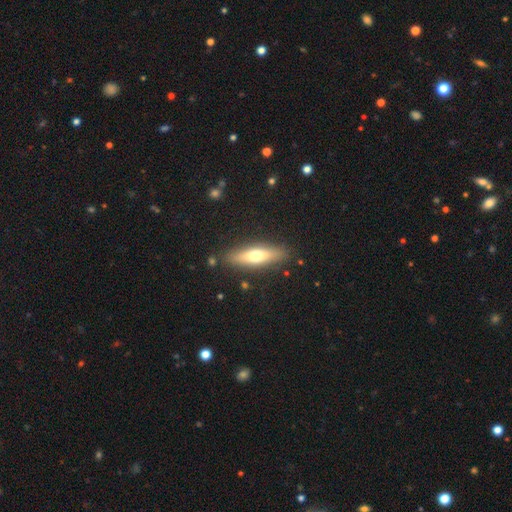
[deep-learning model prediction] A smooth galaxy with no disk features (58%) that is cigar-shaped (63%). Merging: none (86%).